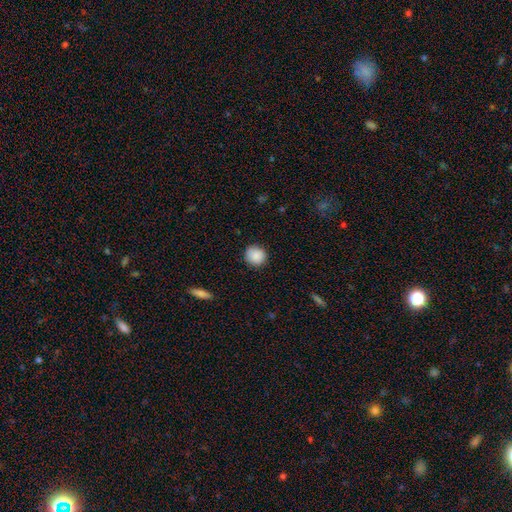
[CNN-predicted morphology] Overall: smooth (88%). How rounded: round (89%). Merging: none (86%).